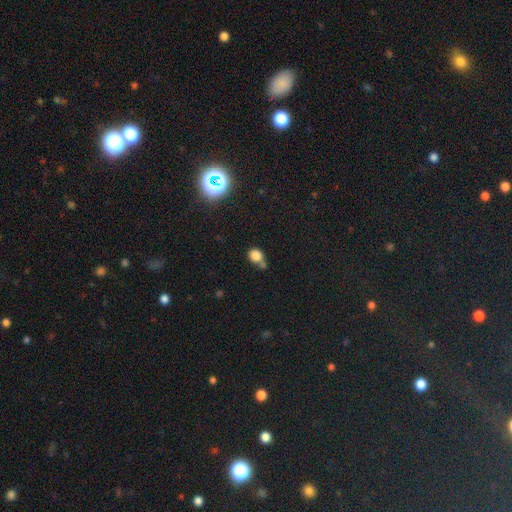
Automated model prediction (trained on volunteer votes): Smooth or featured? Predicted: smooth (p=0.80). How rounded? Predicted: round (p=0.67). Merging? Predicted: none (p=0.46).